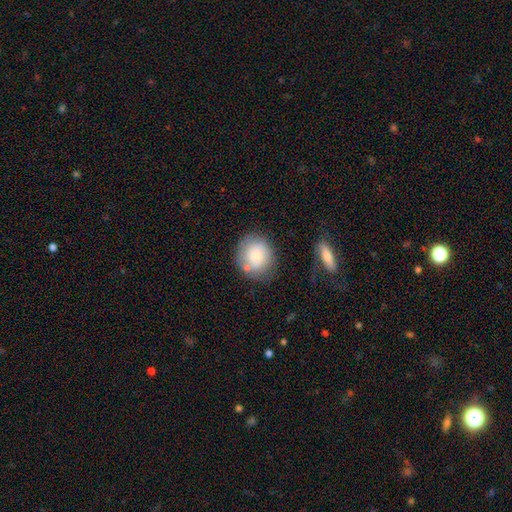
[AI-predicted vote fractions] This is likely a smooth galaxy (76%). How rounded: likely round (75%). Merging: likely none (67%).